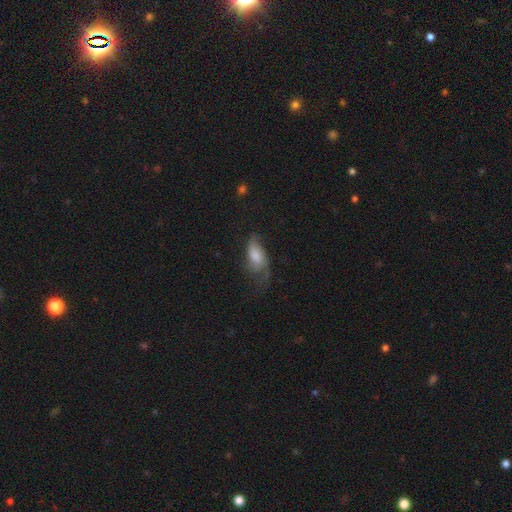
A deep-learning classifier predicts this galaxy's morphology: Overall: smooth (55%; featured or disk 36%). How rounded: in between (87%). Merging: major disturbance (38%; none 32%).